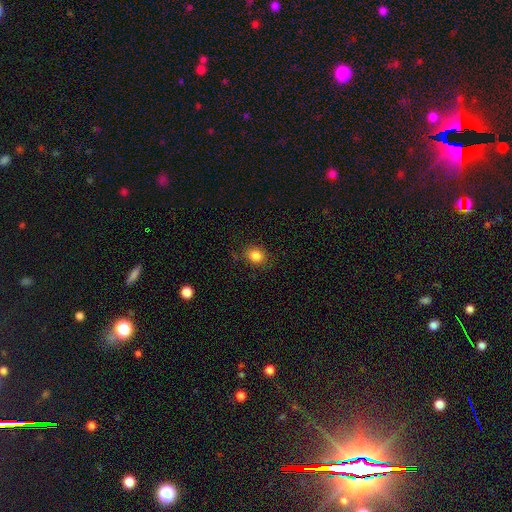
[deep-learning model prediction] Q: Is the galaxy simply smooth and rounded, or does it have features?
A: smooth — 84%.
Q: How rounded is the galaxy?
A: round — 64%.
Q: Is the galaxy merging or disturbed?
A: none — 82%.